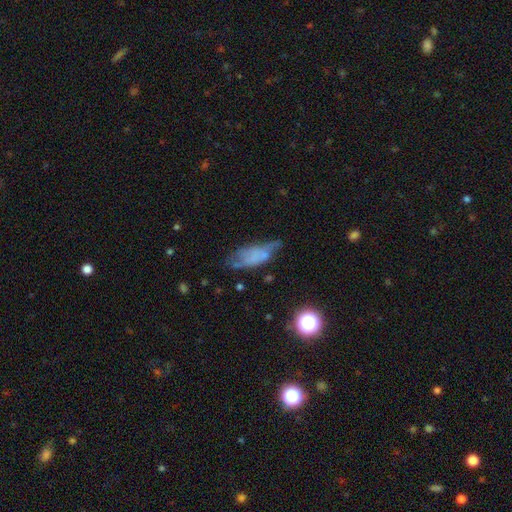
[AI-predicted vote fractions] This appears to be a smooth galaxy with no disk features (50%). Merging: none (39%).